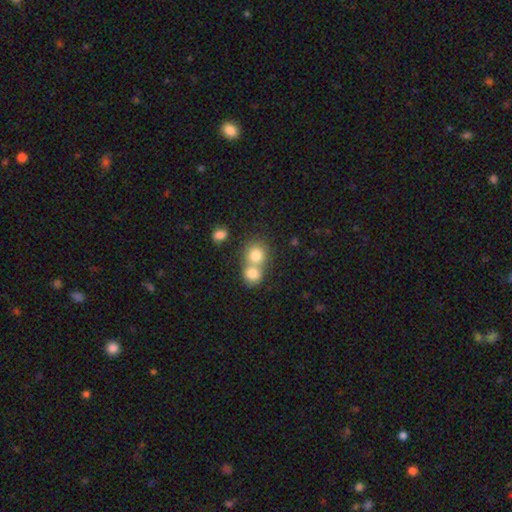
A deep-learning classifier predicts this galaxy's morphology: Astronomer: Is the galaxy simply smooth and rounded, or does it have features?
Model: smooth — 79%.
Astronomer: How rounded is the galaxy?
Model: round — 82%.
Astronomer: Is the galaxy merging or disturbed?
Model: merger — 60%.